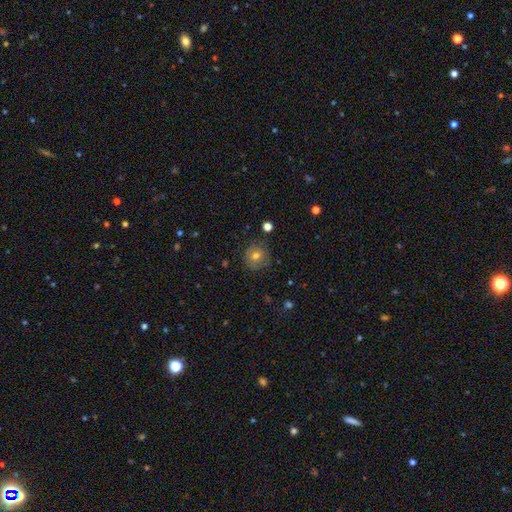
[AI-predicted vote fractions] smooth-or-featured: smooth: 71% | featured or disk: 17% | star or artifact: 12%
  how-rounded: round: 91% | in between: 8% | cigar-shaped: 1%
  merging: none: 80% | minor disturbance: 14% | major disturbance: 4% | merger: 2%